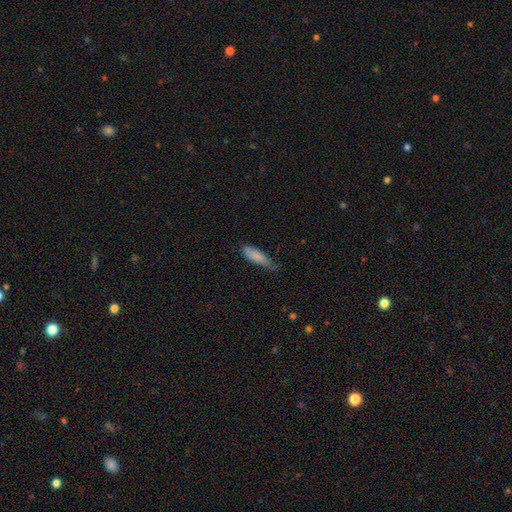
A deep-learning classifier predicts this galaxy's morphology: smooth-or-featured: smooth: 83% | featured or disk: 11% | star or artifact: 6%
  how-rounded: in between: 54% | cigar-shaped: 44% | round: 2%
  merging: minor disturbance: 46% | none: 41% | major disturbance: 11% | merger: 2%